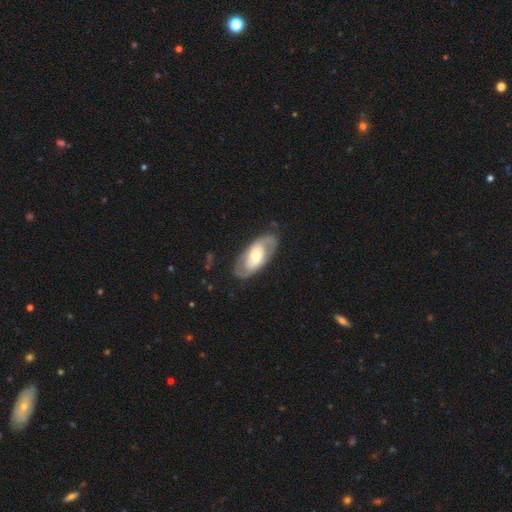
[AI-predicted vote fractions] Morphology: type=featured or disk (71%); edge-on=no (92%); bar=no (62%); spiral arms=yes (69%); bulge=moderate (63%); merging=none (80%).